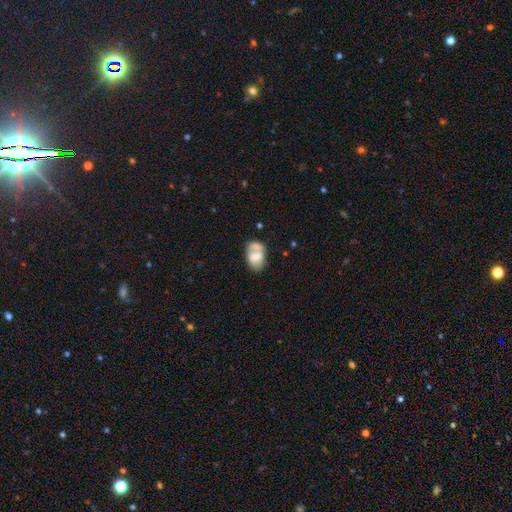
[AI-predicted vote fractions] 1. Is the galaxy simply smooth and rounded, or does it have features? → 63% smooth, 29% featured or disk, 9% star or artifact.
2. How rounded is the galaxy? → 83% in between, 15% round, 1% cigar-shaped.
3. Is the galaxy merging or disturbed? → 35% merger, 33% none, 20% minor disturbance, 12% major disturbance.